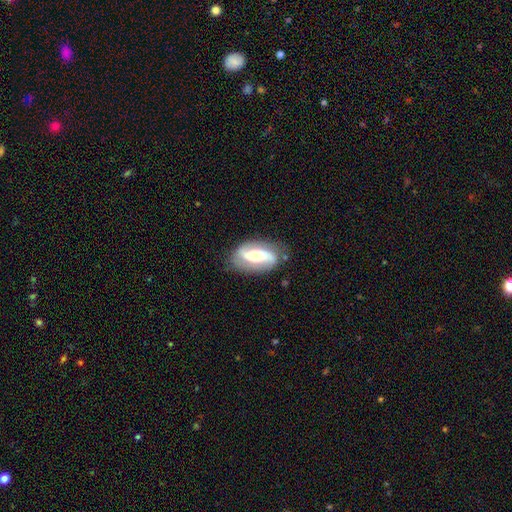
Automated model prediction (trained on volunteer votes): Smooth or featured? featured or disk (76%)
Edge-on disk? no (93%)
Bar? no (35%, tied with strong)
Spiral arms? yes (90%)
Spiral winding? loose (56%)
Spiral arm count? 2 (90%)
Bulge size? moderate (64%)
Merging? none (76%)